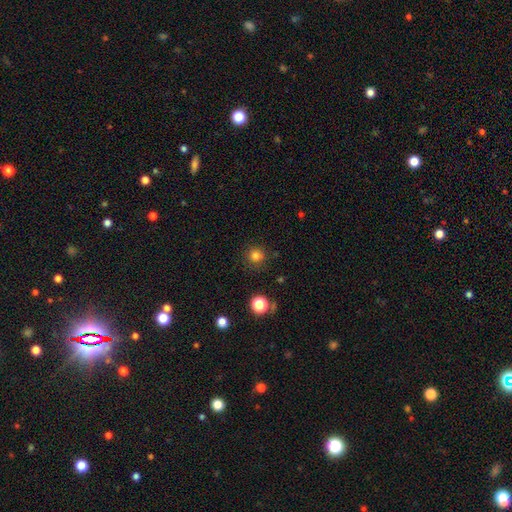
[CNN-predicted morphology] Smooth or featured: smooth — 80% (star or artifact — 15%)
How rounded: round — 93% (in between — 6%)
Merging: none — 85% (minor disturbance — 10%)